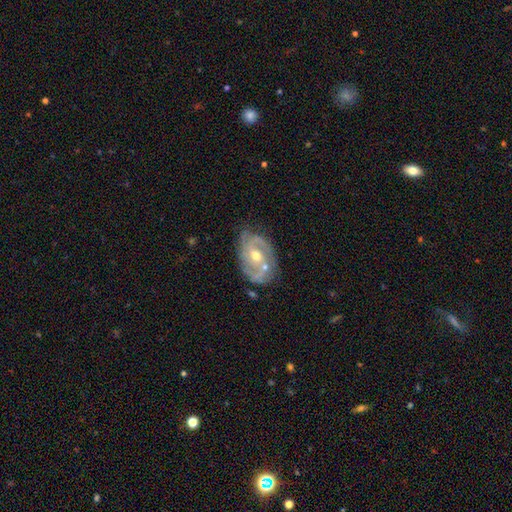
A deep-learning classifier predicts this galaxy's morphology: Smooth or featured?
  - featured or disk: 85% *
  - smooth: 9%
  - star or artifact: 6%
Edge-on disk?
  - no: 96% *
  - yes: 4%
Bar?
  - no: 54% *
  - weak: 35%
  - strong: 11%
Spiral arms?
  - yes: 92% *
  - no: 8%
Spiral winding?
  - tight: 46% *
  - medium: 41%
  - loose: 13%
Spiral arm count?
  - 2: 56% *
  - 3: 17%
  - can't tell: 17%
  - 1: 4%
  - 4: 3%
  - more than 4: 3%
Bulge size?
  - moderate: 70% *
  - small: 26%
  - large: 3%
  - none: 1%
  - dominant: 1%
Merging?
  - none: 65% *
  - minor disturbance: 22%
  - major disturbance: 7%
  - merger: 6%